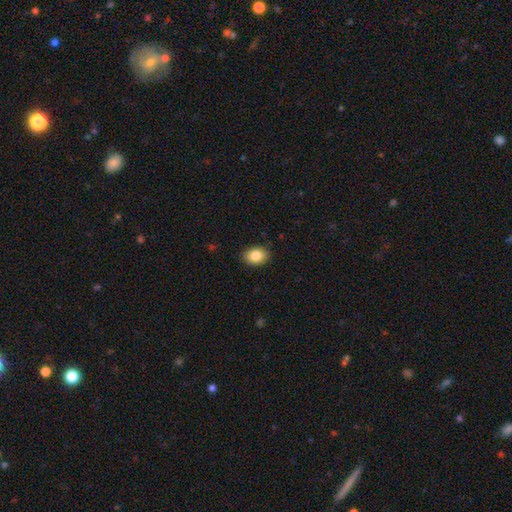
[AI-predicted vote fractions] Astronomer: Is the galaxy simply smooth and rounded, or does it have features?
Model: smooth — 85%.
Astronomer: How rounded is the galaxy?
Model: in between — 71%.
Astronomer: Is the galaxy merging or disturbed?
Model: none — 88%.